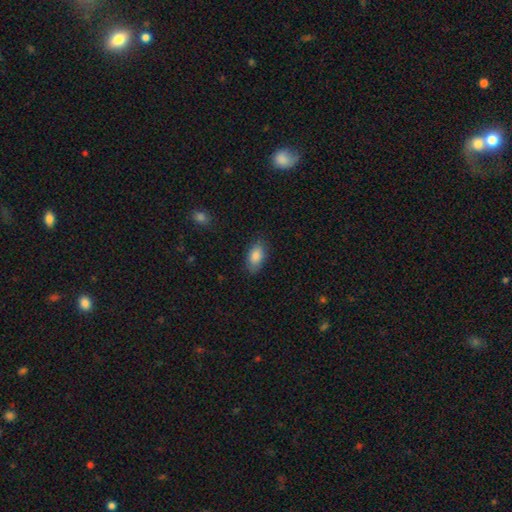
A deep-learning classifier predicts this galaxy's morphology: Smooth or featured?
  - smooth: 87% *
  - star or artifact: 7%
  - featured or disk: 6%
How rounded?
  - in between: 92% *
  - round: 5%
  - cigar-shaped: 3%
Merging?
  - none: 83% *
  - minor disturbance: 13%
  - major disturbance: 3%
  - merger: 1%